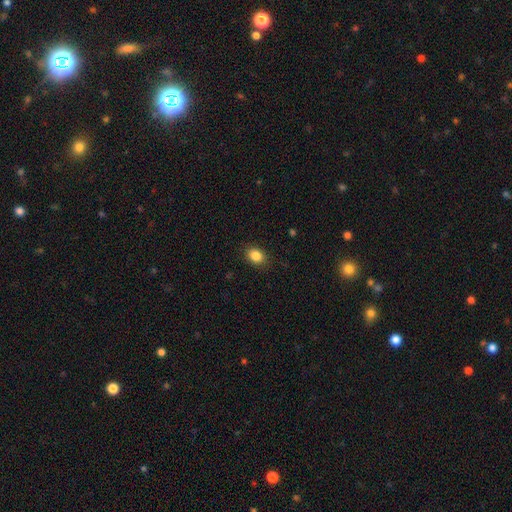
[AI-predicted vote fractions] smooth_or_featured: smooth (p=0.86) [alt: star or artifact p=0.09]
how_rounded: in between (p=0.64) [alt: round p=0.35]
merging: none (p=0.88) [alt: minor disturbance p=0.09]